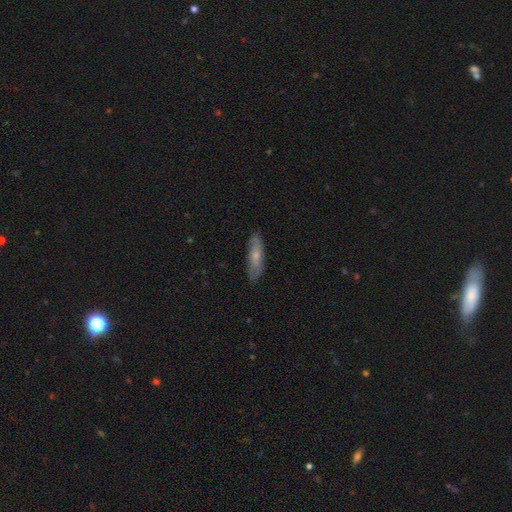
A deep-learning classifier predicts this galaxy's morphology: Overall: smooth (59%; featured or disk 34%). How rounded: cigar-shaped (64%; in between 34%). Merging: none (79%).